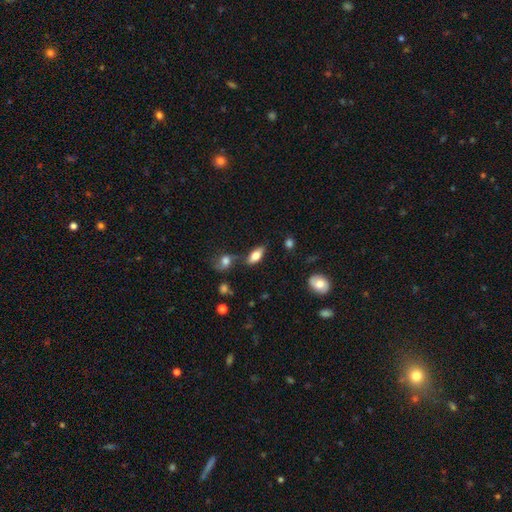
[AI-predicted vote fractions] A smooth galaxy with no disk features (72%) that is in between round and cigar-shaped (83%). Merging: none (66%).